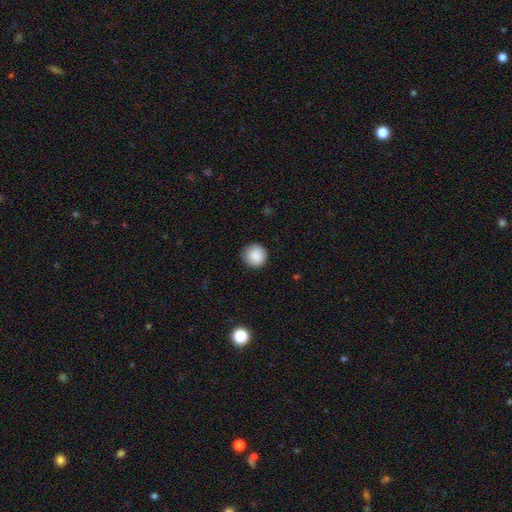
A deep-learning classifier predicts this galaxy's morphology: Smooth or featured?
  - smooth: 88% *
  - star or artifact: 8%
  - featured or disk: 4%
How rounded?
  - round: 95% *
  - in between: 4%
  - cigar-shaped: 1%
Merging?
  - none: 89% *
  - minor disturbance: 8%
  - major disturbance: 2%
  - merger: 1%